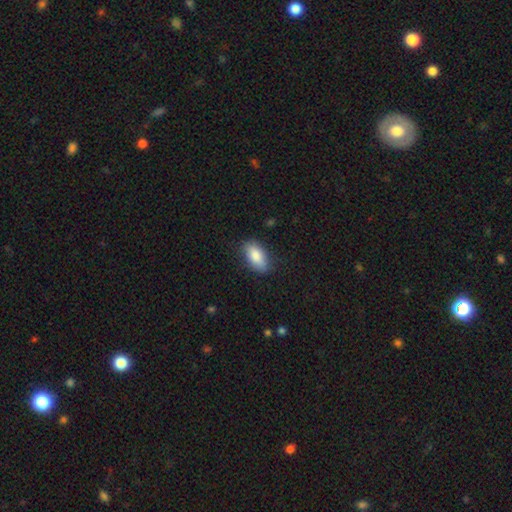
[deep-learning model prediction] The model was most divided on "merging": none: 81%, minor disturbance: 15%, major disturbance: 3%, merger: 1%. More confident: how rounded — in between (90%); smooth or featured — smooth (83%).